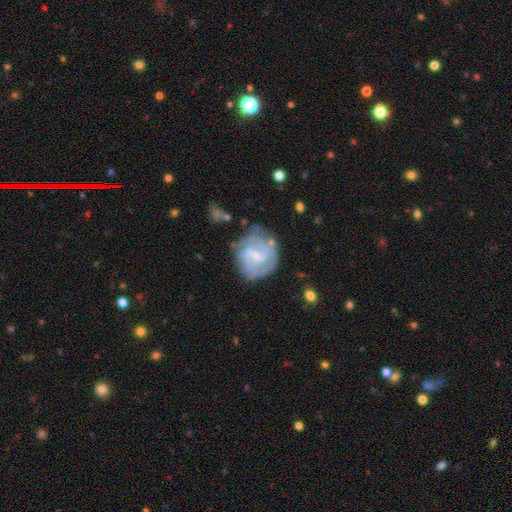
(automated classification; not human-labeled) Overall: featured or disk (70%). Edge-on disk: no (98%). Bar: weak (53%; no 36%). Spiral arms: yes (82%). Spiral arm count: 2 (36%, tied with can't tell). Spiral winding: tight (43%; medium 40%). Bulge size: small (62%; moderate 24%). Merging: none (62%; minor disturbance 22%).